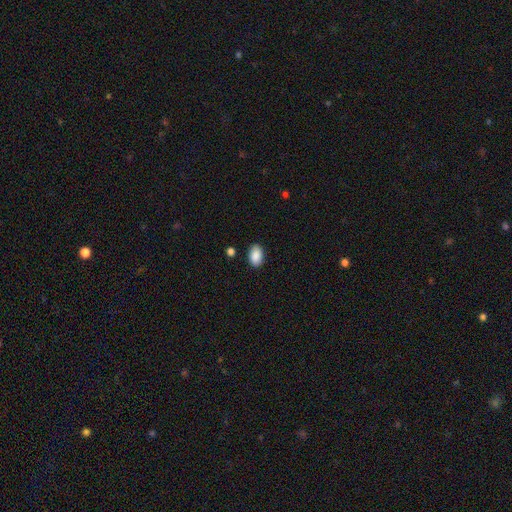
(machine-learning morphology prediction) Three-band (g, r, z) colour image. It shows a smooth galaxy with no disk features (89%) that is in between round and cigar-shaped (89%). Merging: none (86%).